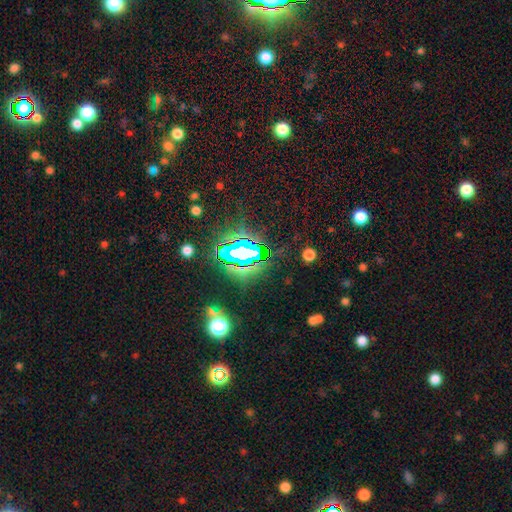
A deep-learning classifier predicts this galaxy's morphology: Smooth or featured? Predicted: star or artifact (p=0.81).